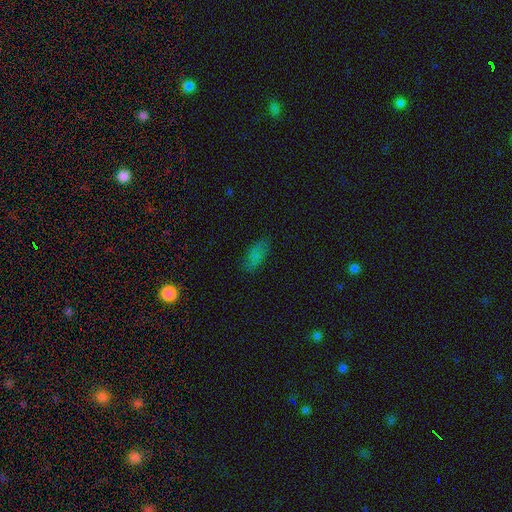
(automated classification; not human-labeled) A smooth galaxy with no disk features (74%) that is in between round and cigar-shaped (85%).

Vote fractions:
- Smooth or featured? smooth: 74% / star or artifact: 13% / featured or disk: 13%
- How rounded? in between: 85% / cigar-shaped: 12% / round: 3%
- Merging? none: 76% / minor disturbance: 18% / major disturbance: 5% / merger: 1%